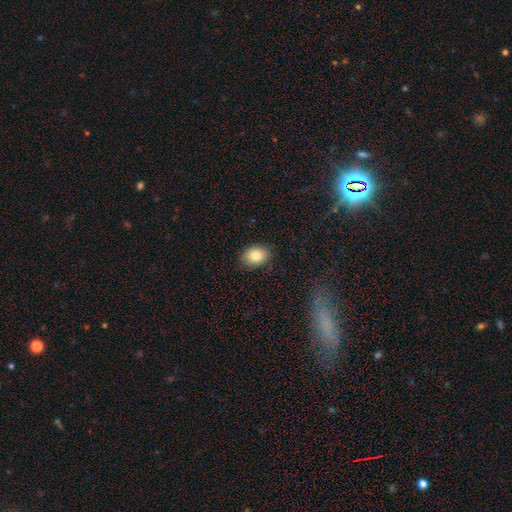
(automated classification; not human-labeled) A smooth galaxy with no disk features (82%) that is in between round and cigar-shaped (69%).

Vote fractions:
- Smooth or featured? smooth: 82% / featured or disk: 9% / star or artifact: 8%
- How rounded? in between: 69% / round: 30% / cigar-shaped: 1%
- Merging? none: 87% / minor disturbance: 10% / major disturbance: 2% / merger: 1%